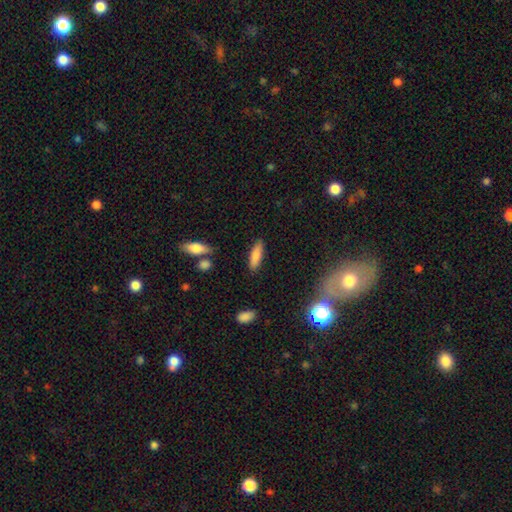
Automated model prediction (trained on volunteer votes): This is clearly a smooth galaxy (84%). How rounded: possibly cigar-shaped (53%). Merging: clearly none (84%).